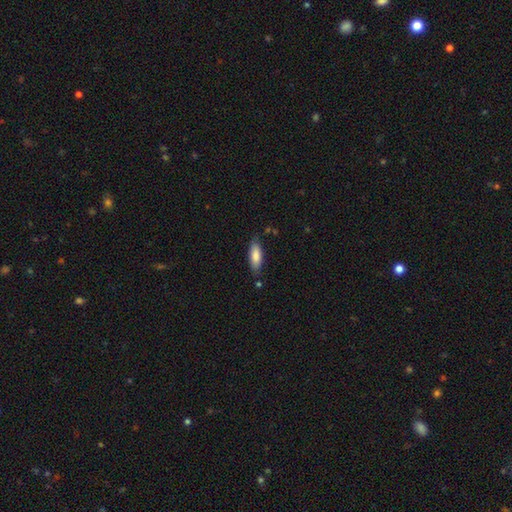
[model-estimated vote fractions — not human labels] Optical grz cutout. It shows a smooth galaxy with no disk features (84%) that is in between round and cigar-shaped (65%). Merging: none (78%).